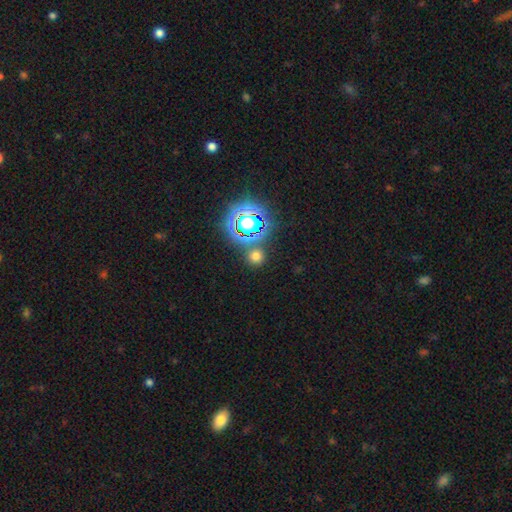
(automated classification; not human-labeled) Smooth or featured?
  - smooth: 61% *
  - star or artifact: 32%
  - featured or disk: 7%
How rounded?
  - round: 90% *
  - in between: 8%
  - cigar-shaped: 1%
Merging?
  - none: 82% *
  - merger: 8%
  - minor disturbance: 7%
  - major disturbance: 3%